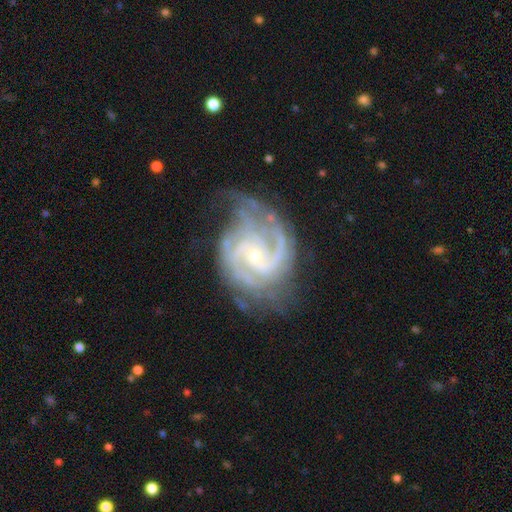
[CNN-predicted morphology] Overall: featured or disk (92%). Edge-on disk: no (98%). Bar: no (59%; weak 32%). Spiral arms: yes (98%). Spiral arm count: 2 (51%; 3 19%). Spiral winding: tight (48%; medium 43%). Bulge size: small (73%). Merging: none (59%; minor disturbance 24%).